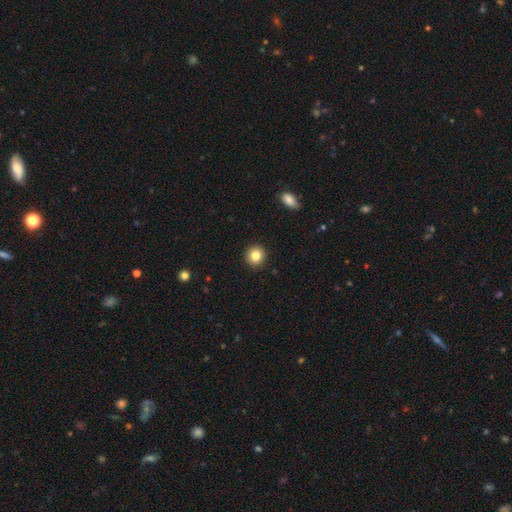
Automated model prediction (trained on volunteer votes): A smooth galaxy with no disk features (83%) that is round (92%).

Vote fractions:
- Smooth or featured? smooth: 83% / star or artifact: 10% / featured or disk: 7%
- How rounded? round: 92% / in between: 7% / cigar-shaped: 1%
- Merging? none: 92% / minor disturbance: 5% / major disturbance: 2% / merger: 1%